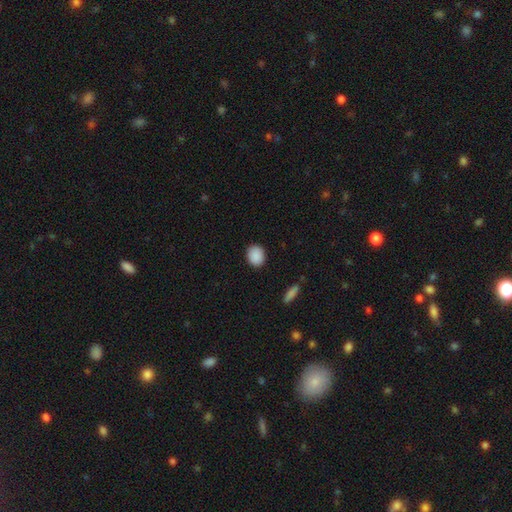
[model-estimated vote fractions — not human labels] smooth-or-featured: smooth: 90% | star or artifact: 8% | featured or disk: 3%
  how-rounded: round: 54% | in between: 45% | cigar-shaped: 1%
  merging: none: 89% | minor disturbance: 8% | major disturbance: 2% | merger: 1%